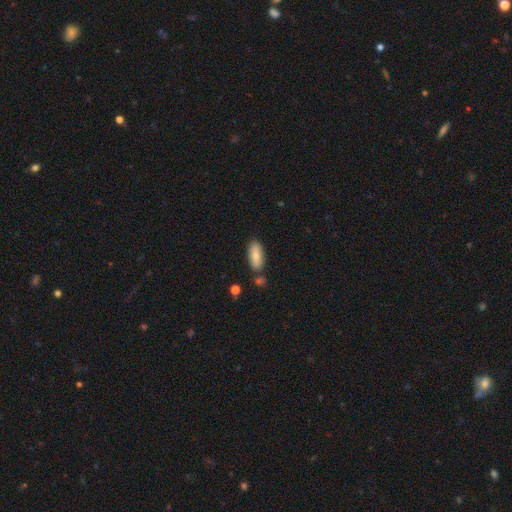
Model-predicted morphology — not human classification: smooth-or-featured: smooth: 78% | featured or disk: 15% | star or artifact: 7%
  how-rounded: in between: 81% | cigar-shaped: 17% | round: 3%
  merging: none: 78% | minor disturbance: 13% | merger: 7% | major disturbance: 3%